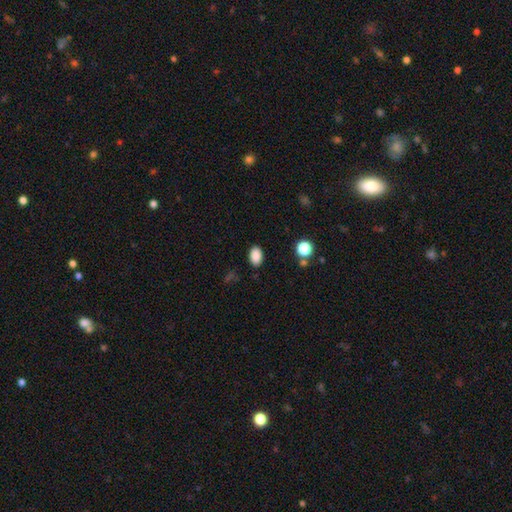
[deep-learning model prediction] smooth_or_featured: smooth (p=0.87) [alt: star or artifact p=0.09]
how_rounded: in between (p=0.86) [alt: round p=0.12]
merging: none (p=0.87) [alt: minor disturbance p=0.09]